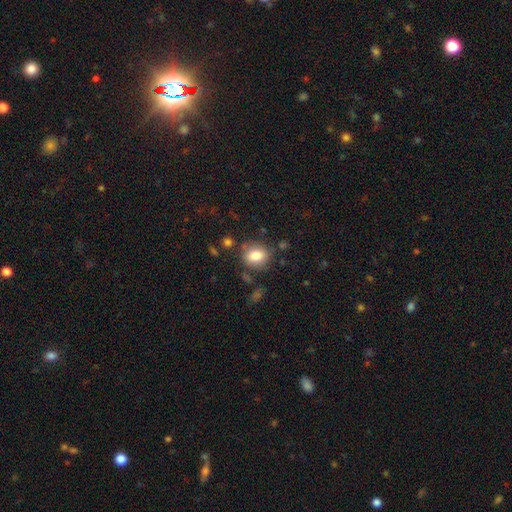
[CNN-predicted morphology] smooth-or-featured: smooth: 82% | featured or disk: 9% | star or artifact: 9%
  how-rounded: in between: 52% | round: 46% | cigar-shaped: 1%
  merging: none: 76% | minor disturbance: 15% | major disturbance: 5% | merger: 5%